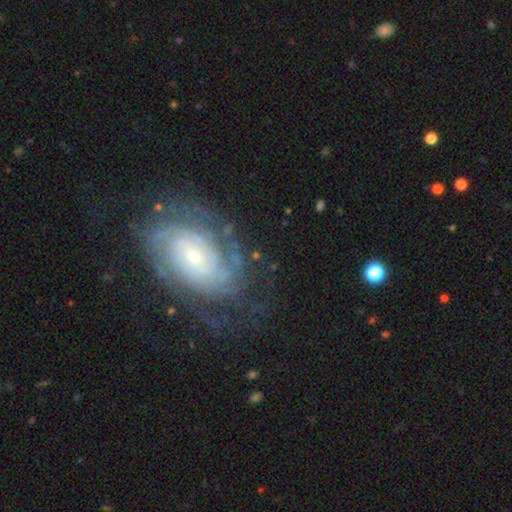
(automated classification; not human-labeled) Smooth or featured: featured or disk — 84% (smooth — 9%)
Edge-on disk: no — 96% (yes — 4%)
Bar: no — 61% (weak — 30%)
Spiral arms: yes — 95% (no — 5%)
Spiral winding: tight — 69% (medium — 25%)
Spiral arm count: can't tell — 36% (2 — 24%)
Bulge size: small — 66% (moderate — 27%)
Merging: none — 69% (minor disturbance — 17%)